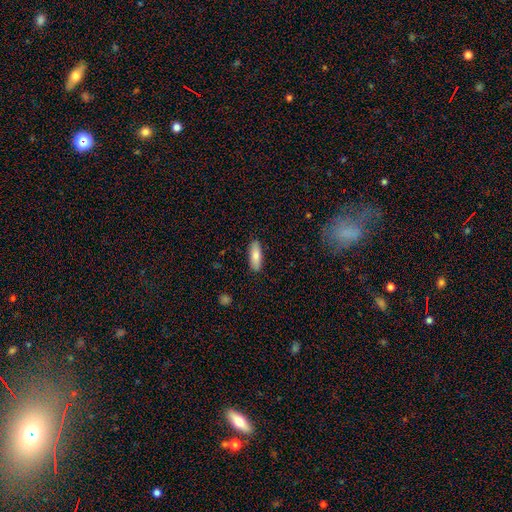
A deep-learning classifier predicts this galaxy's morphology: This appears to be a smooth galaxy with no disk features (80%) that is in between round and cigar-shaped (63%). Merging: none (89%).